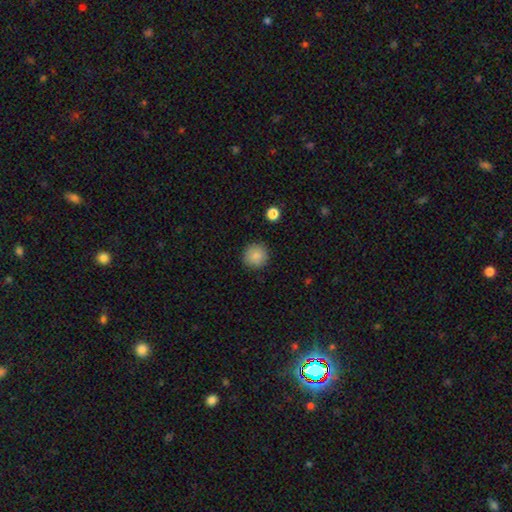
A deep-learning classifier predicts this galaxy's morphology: Smooth or featured: smooth — 87% (star or artifact — 9%)
How rounded: round — 95% (in between — 4%)
Merging: none — 91% (minor disturbance — 6%)